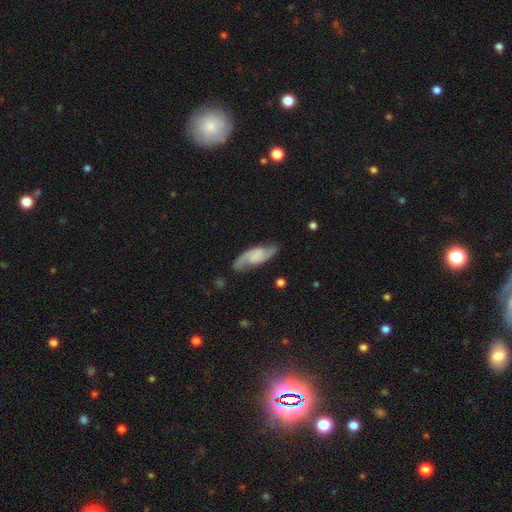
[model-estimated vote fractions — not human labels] smooth_or_featured: featured or disk (p=0.78) [alt: smooth p=0.16]
disk_edge_on: no (p=0.93) [alt: yes p=0.07]
bar: no (p=0.51) [alt: weak p=0.37]
has_spiral_arms: yes (p=0.96) [alt: no p=0.04]
spiral_winding: medium (p=0.46) [alt: loose p=0.38]
spiral_arm_count: 2 (p=0.92) [alt: can't tell p=0.03]
bulge_size: none (p=0.49) [alt: small p=0.25]
merging: none (p=0.80) [alt: minor disturbance p=0.14]